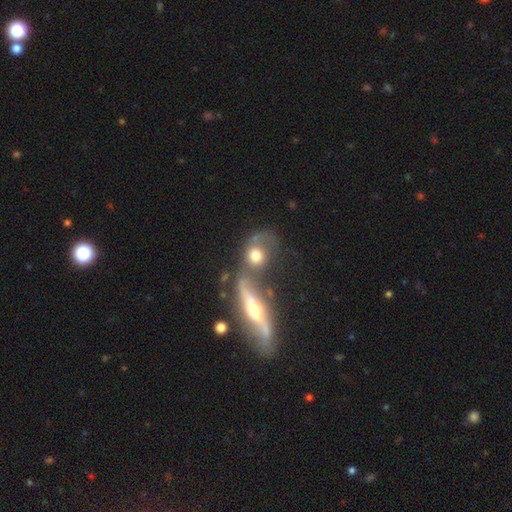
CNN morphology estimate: A smooth galaxy with no disk features (52%) that is round (59%). Merging: merger (47%).